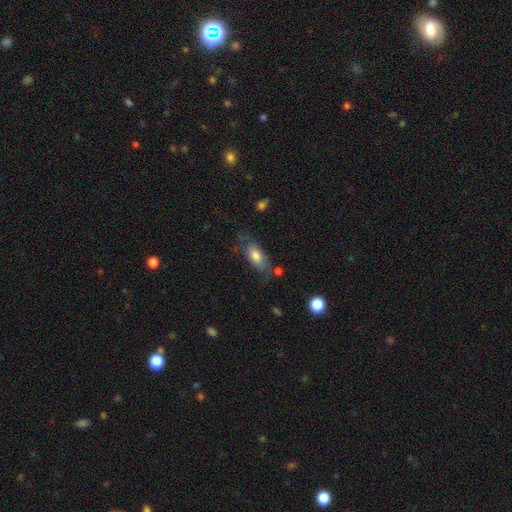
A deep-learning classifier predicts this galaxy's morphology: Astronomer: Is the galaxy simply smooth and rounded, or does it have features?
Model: smooth — 67%.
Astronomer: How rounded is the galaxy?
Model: in between — 85%.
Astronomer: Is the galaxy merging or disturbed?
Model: none — 53%.